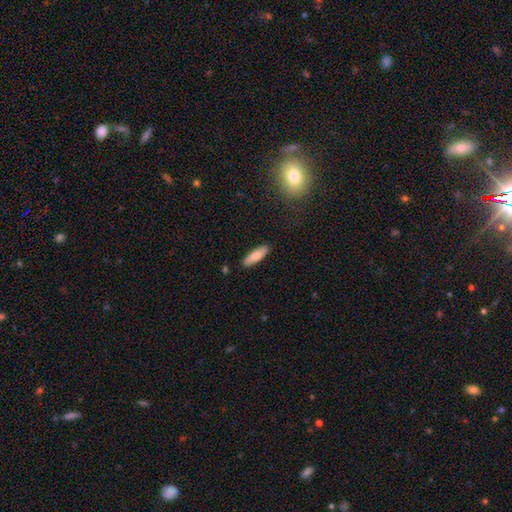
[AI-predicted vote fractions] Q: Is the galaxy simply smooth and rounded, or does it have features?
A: smooth — 78%.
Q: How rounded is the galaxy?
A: cigar-shaped — 58%.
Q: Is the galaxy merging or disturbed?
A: none — 89%.